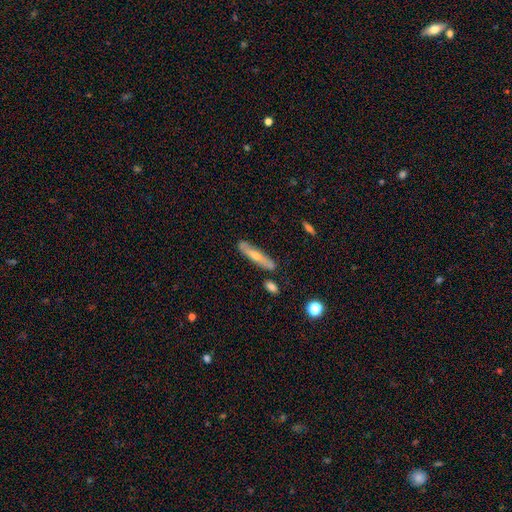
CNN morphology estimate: Smooth or featured: featured or disk — 52% (smooth — 41%)
Edge-on disk: yes — 75% (no — 25%)
Merging: none — 79% (minor disturbance — 14%)